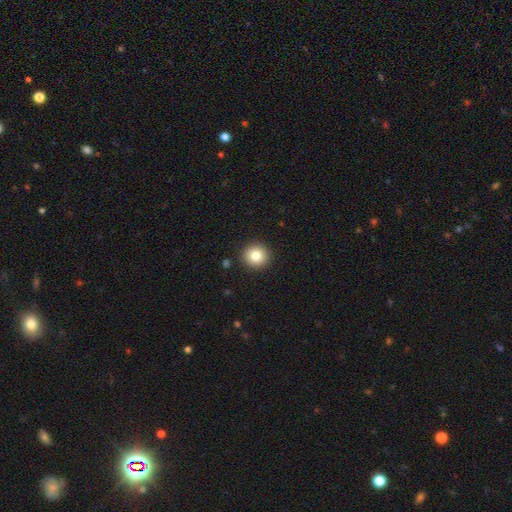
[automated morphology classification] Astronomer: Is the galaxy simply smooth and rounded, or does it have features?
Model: smooth — 82%.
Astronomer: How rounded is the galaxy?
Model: round — 93%.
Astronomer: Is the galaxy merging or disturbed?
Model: none — 92%.